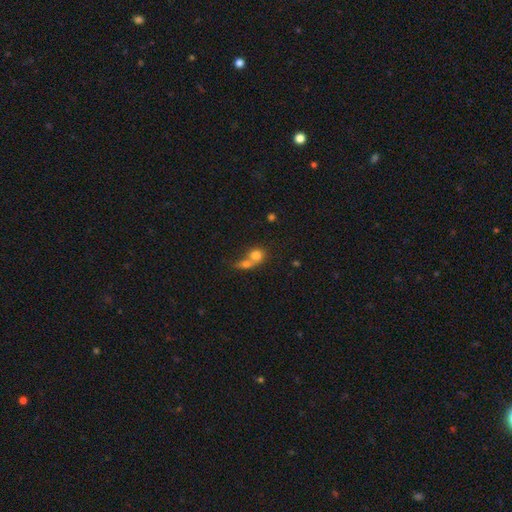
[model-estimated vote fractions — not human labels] A smooth galaxy with no disk features (75%) that is round (69%).

Vote fractions:
- Smooth or featured? smooth: 75% / featured or disk: 15% / star or artifact: 10%
- How rounded? round: 69% / in between: 29% / cigar-shaped: 2%
- Merging? merger: 68% / none: 22% / minor disturbance: 6% / major disturbance: 4%